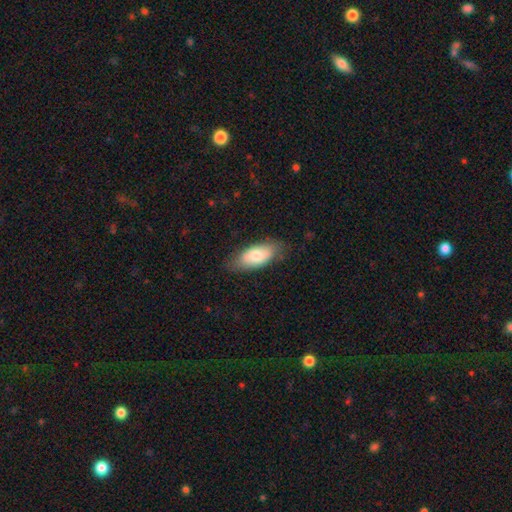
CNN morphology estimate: smooth_or_featured: smooth (p=0.75) [alt: featured or disk p=0.19]
how_rounded: in between (p=0.89) [alt: cigar-shaped p=0.08]
merging: none (p=0.73) [alt: minor disturbance p=0.21]